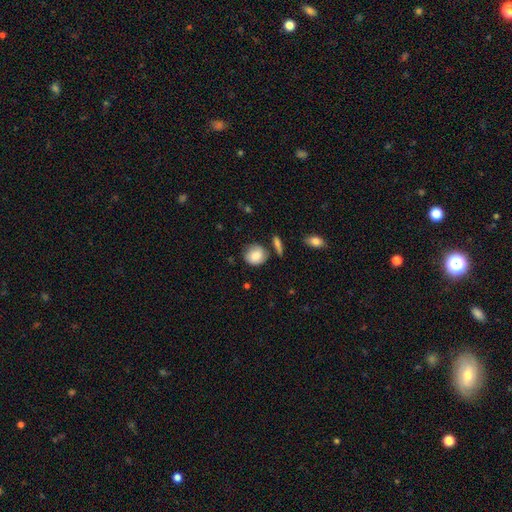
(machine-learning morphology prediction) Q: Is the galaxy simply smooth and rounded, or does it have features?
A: smooth — 84%.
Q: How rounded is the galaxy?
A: round — 77%.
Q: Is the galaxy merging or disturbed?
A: none — 66%.